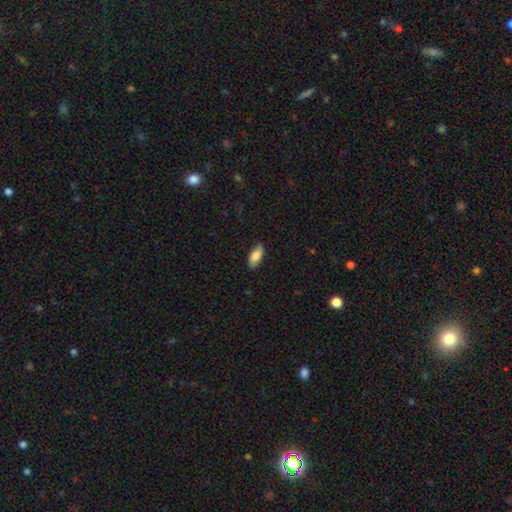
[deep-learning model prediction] Q: Smooth or featured?
A: smooth (79%); runner-up: featured or disk (15%)
Q: How rounded?
A: in between (85%); runner-up: cigar-shaped (12%)
Q: Merging?
A: none (82%); runner-up: minor disturbance (14%)